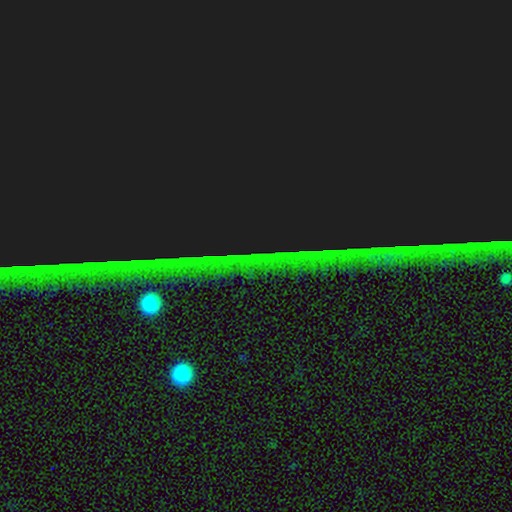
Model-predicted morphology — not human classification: This is clearly a star or artifact rather than a galaxy (84%).